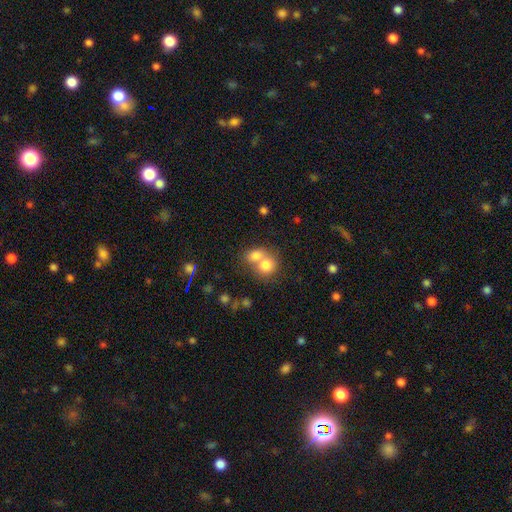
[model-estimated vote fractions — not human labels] Q: Smooth or featured?
A: smooth (75%); runner-up: featured or disk (14%)
Q: How rounded?
A: round (61%); runner-up: in between (38%)
Q: Merging?
A: merger (63%); runner-up: none (26%)